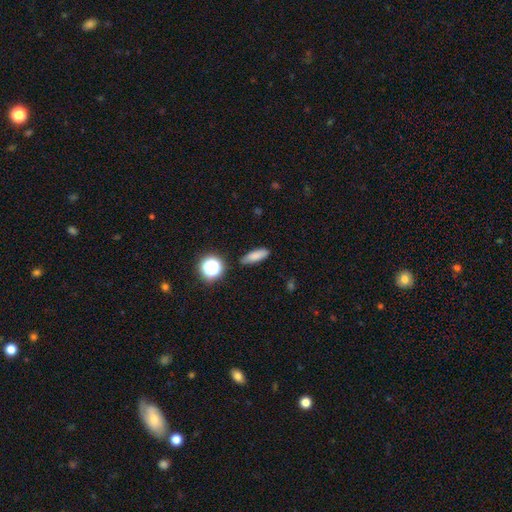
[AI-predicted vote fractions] Q: Smooth or featured?
A: smooth (80%); runner-up: star or artifact (12%)
Q: How rounded?
A: in between (50%); runner-up: cigar-shaped (42%)
Q: Merging?
A: none (83%); runner-up: minor disturbance (12%)